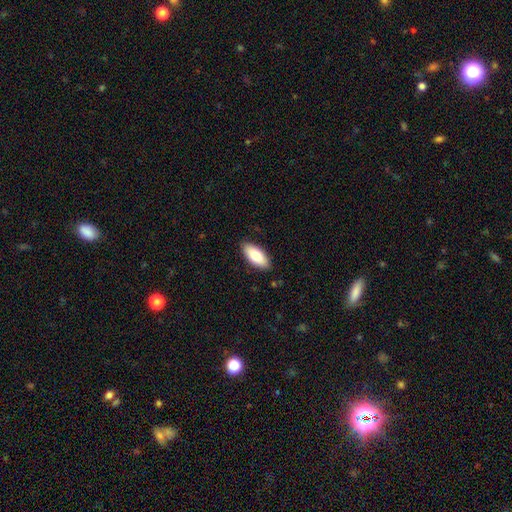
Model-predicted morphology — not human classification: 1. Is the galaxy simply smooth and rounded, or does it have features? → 81% smooth, 14% featured or disk, 6% star or artifact.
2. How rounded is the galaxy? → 86% in between, 12% cigar-shaped, 2% round.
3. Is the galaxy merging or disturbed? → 87% none, 10% minor disturbance, 2% major disturbance, 1% merger.